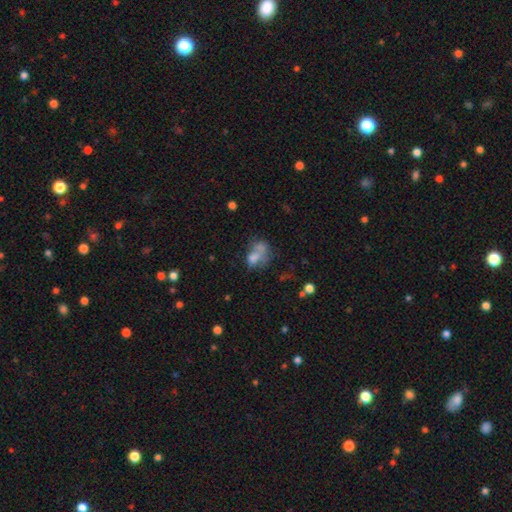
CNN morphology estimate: This is likely a smooth galaxy (61%). How rounded: likely in between (76%). Merging: marginally merger (38%).